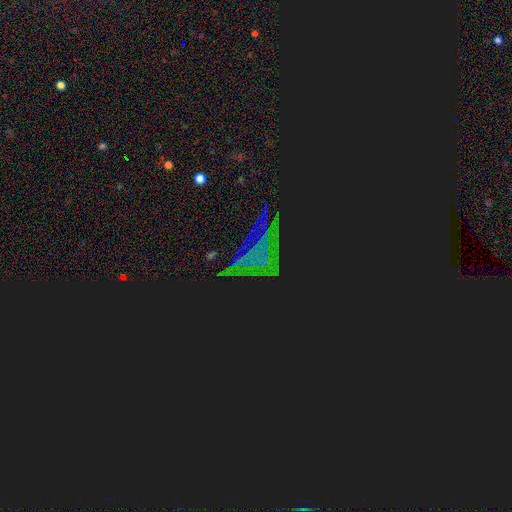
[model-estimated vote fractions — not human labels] This appears to be a star or artifact, not a galaxy (75%).